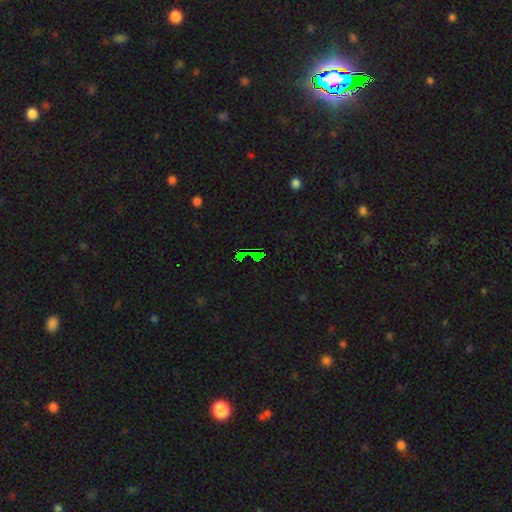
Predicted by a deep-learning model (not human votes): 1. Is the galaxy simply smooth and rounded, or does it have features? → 74% star or artifact, 15% smooth, 12% featured or disk.